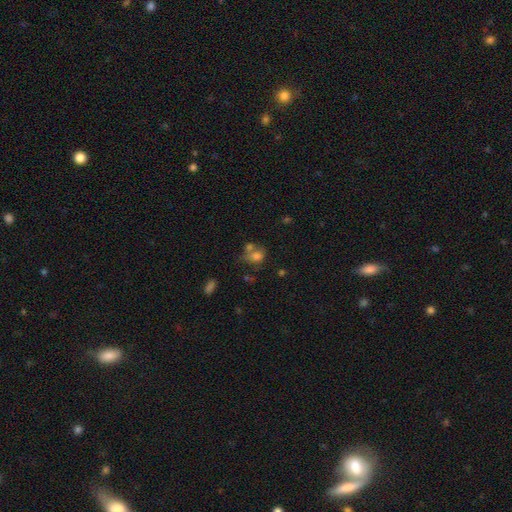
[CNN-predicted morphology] Smooth or featured? Predicted: smooth (p=0.71). How rounded? Predicted: in between (p=0.64). Merging? Predicted: merger (p=0.37).